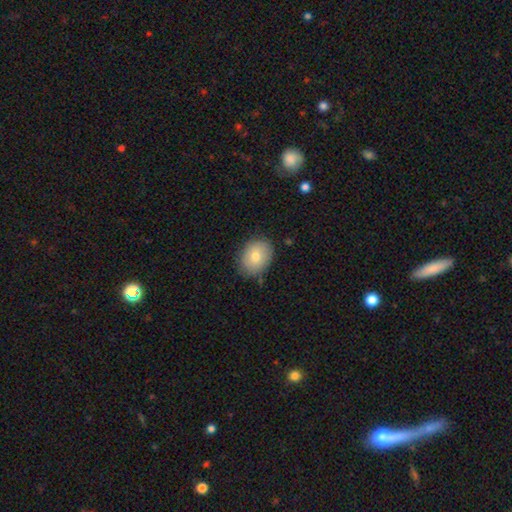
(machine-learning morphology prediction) A smooth galaxy with no disk features (77%) that is in between round and cigar-shaped (59%). Merging: none (80%).